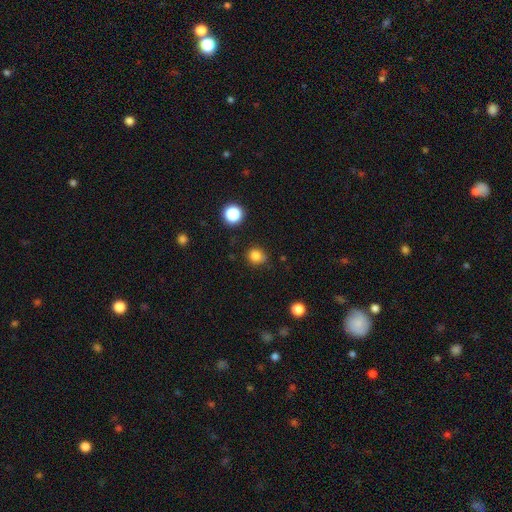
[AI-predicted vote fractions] Smooth or featured? smooth (82%)
How rounded? round (81%)
Merging? none (78%)